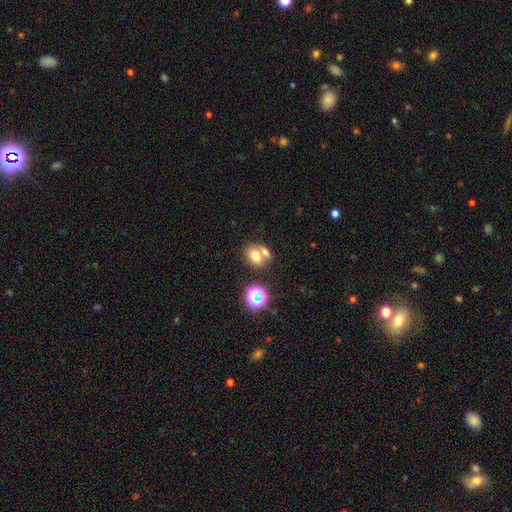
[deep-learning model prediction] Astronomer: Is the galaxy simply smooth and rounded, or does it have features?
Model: smooth — 72%.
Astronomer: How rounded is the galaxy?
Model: in between — 50% (runner-up: round, 49%).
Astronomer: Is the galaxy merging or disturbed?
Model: none — 46% (runner-up: merger, 40%).